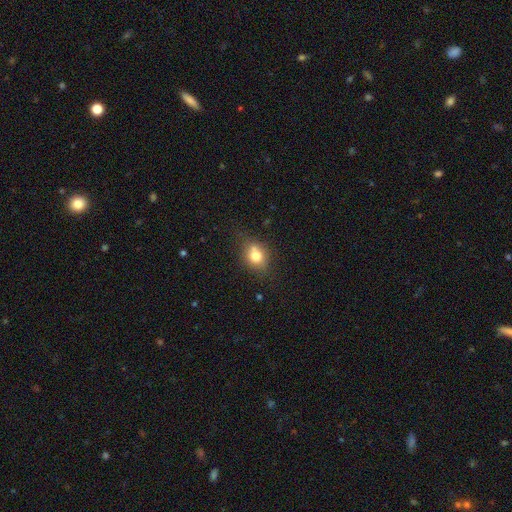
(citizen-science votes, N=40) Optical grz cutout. It shows a smooth galaxy with no disk features (80%) that is round (69%). Merging: none (67%).